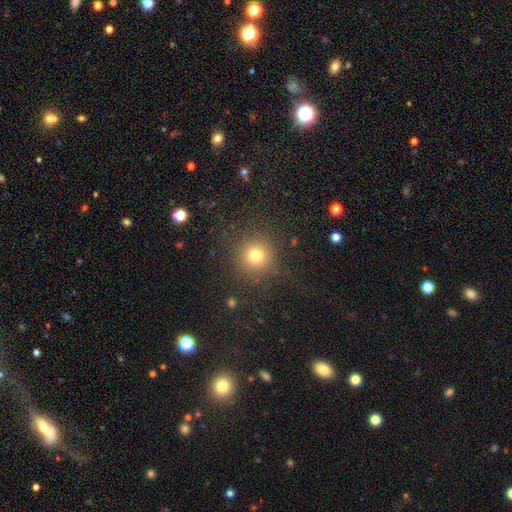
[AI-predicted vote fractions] Smooth or featured: smooth — 77% (star or artifact — 16%)
How rounded: round — 93% (in between — 6%)
Merging: none — 87% (minor disturbance — 7%)